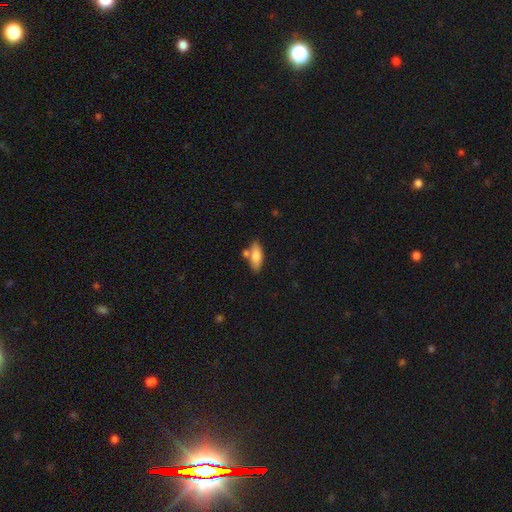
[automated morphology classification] smooth-or-featured: smooth: 80% | featured or disk: 14% | star or artifact: 6%
  how-rounded: in between: 73% | cigar-shaped: 24% | round: 2%
  merging: none: 68% | merger: 14% | minor disturbance: 14% | major disturbance: 3%